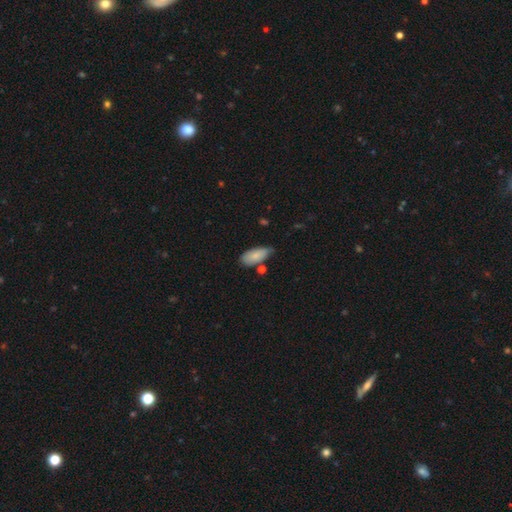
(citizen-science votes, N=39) Smooth or featured: smooth — 82% (star or artifact — 10%)
How rounded: in between — 94% (cigar-shaped — 6%)
Merging: none — 51% (minor disturbance — 43%)